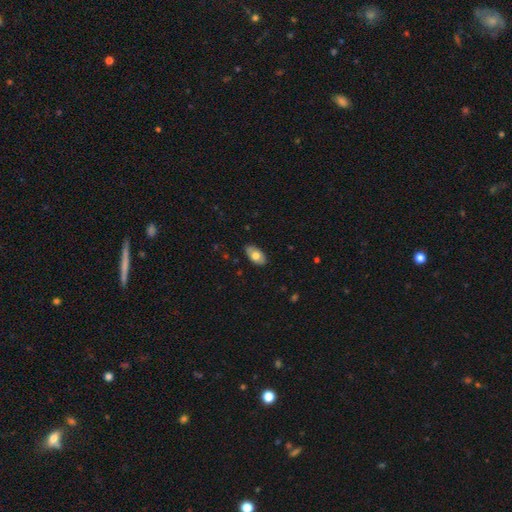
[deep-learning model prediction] Smooth or featured? smooth (70%)
How rounded? in between (94%)
Merging? none (84%)